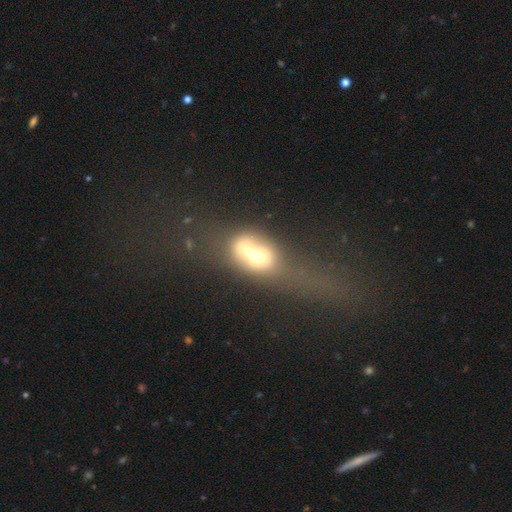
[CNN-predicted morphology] This appears to be a featured or disk galaxy (43%). Merging: major disturbance (41%).